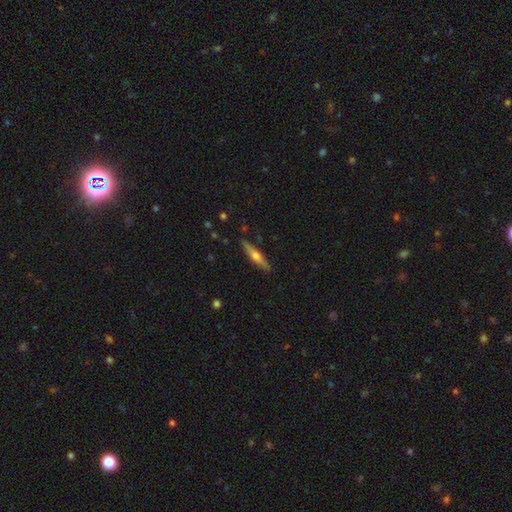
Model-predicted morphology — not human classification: Overall: featured or disk (63%; smooth 31%). Edge-on disk: yes (96%). Edge-on bulge: rounded (93%). Merging: none (89%).